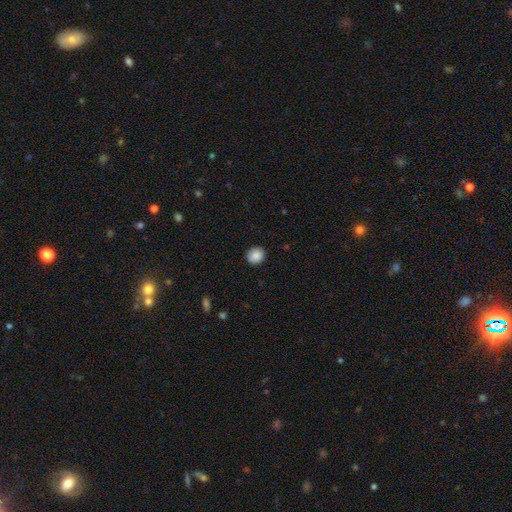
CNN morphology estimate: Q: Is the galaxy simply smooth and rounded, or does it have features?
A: smooth — 87%.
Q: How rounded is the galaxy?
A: round — 86%.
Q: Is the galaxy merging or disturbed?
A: none — 88%.